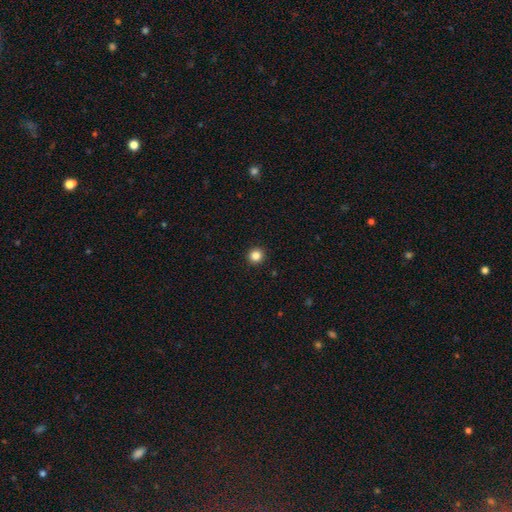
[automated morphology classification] Smooth or featured: smooth — 84% (star or artifact — 12%)
How rounded: round — 95% (in between — 4%)
Merging: none — 94% (minor disturbance — 4%)